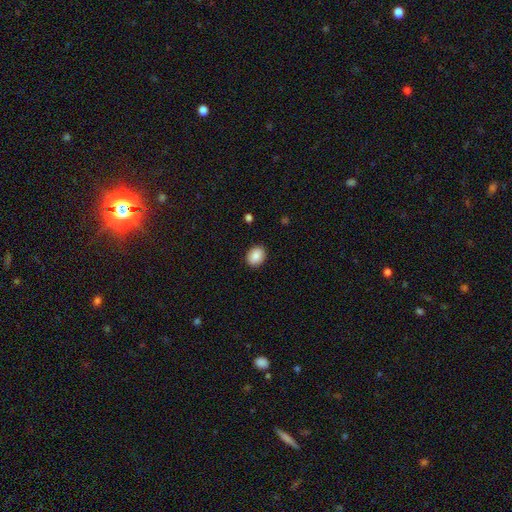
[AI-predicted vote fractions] A smooth galaxy with no disk features (87%) that is round (54%).

Vote fractions:
- Smooth or featured? smooth: 87% / star or artifact: 8% / featured or disk: 6%
- How rounded? round: 54% / in between: 45% / cigar-shaped: 1%
- Merging? none: 90% / minor disturbance: 7% / major disturbance: 2% / merger: 1%